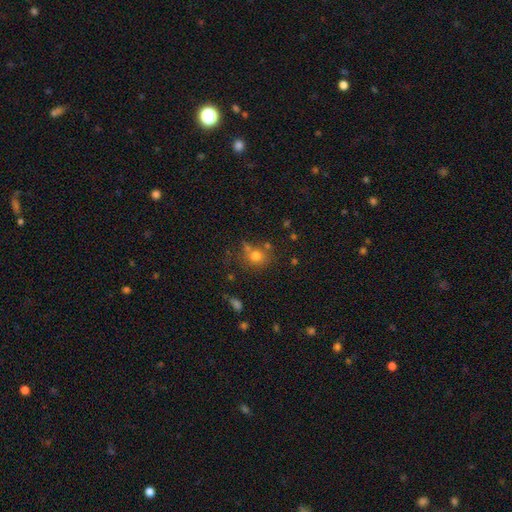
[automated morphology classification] smooth-or-featured: smooth: 73% | star or artifact: 16% | featured or disk: 11%
  how-rounded: round: 76% | in between: 23% | cigar-shaped: 1%
  merging: none: 65% | minor disturbance: 15% | merger: 14% | major disturbance: 6%